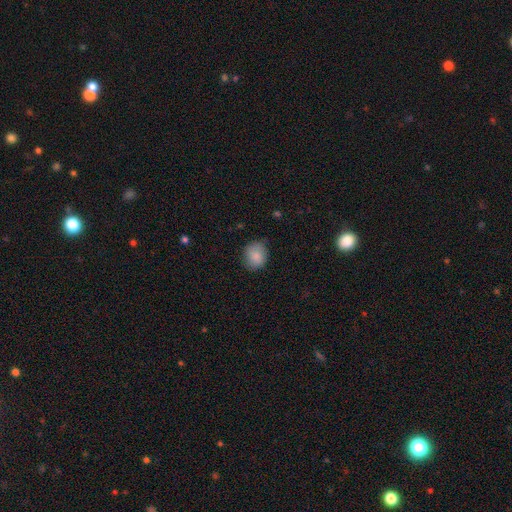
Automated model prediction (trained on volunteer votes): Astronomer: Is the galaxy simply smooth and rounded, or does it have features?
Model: smooth — 86%.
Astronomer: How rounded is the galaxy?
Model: round — 62%.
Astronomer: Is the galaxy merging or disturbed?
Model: none — 78%.